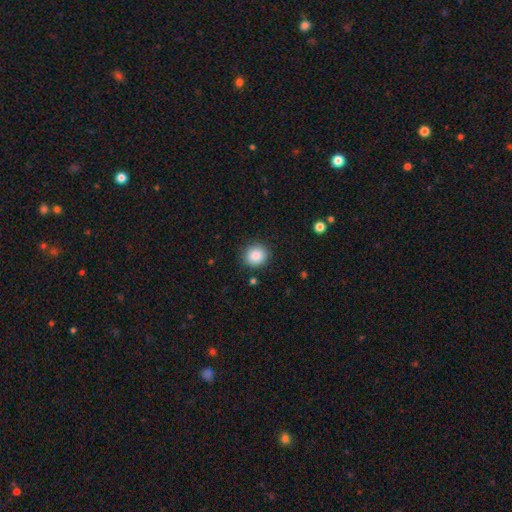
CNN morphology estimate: smooth 86%, star or artifact 9%, featured or disk 5%. Down the decision tree: how rounded — round (86%); merging — none (88%).